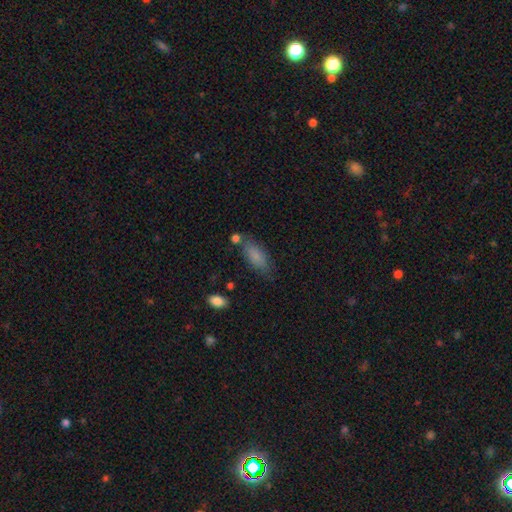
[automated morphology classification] The model was most divided on "merging": none: 68%, minor disturbance: 19%, merger: 8%, major disturbance: 5%. More confident: smooth or featured — smooth (81%); how rounded — in between (78%).